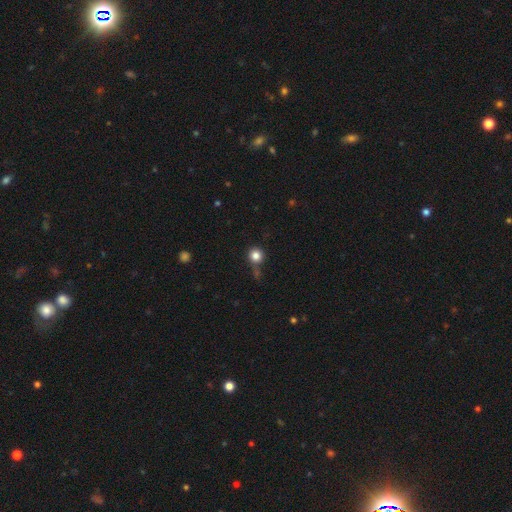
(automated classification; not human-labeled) This appears to be a smooth galaxy with no disk features (83%) that is round (94%). Merging: none (73%).